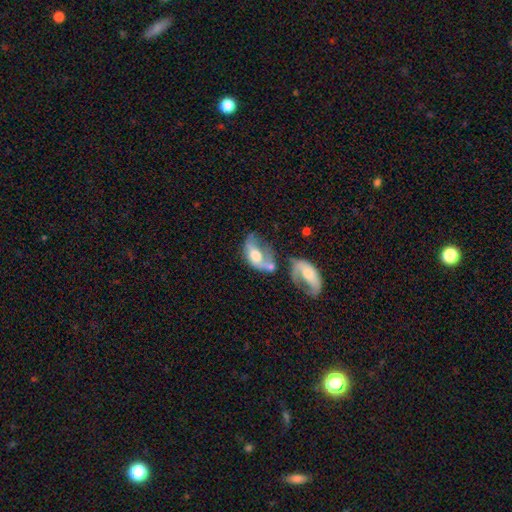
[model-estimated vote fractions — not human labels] Overall: featured or disk (52%; smooth 40%). Edge-on disk: no (93%). Merging: merger (42%; major disturbance 27%).